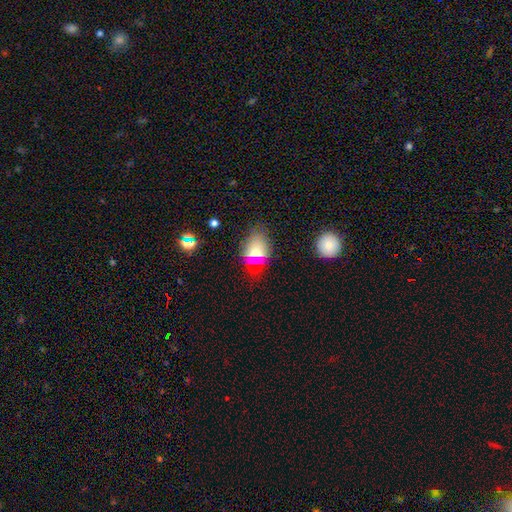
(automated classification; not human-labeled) The model was most divided on "smooth or featured": smooth: 66%, star or artifact: 19%, featured or disk: 15%. More confident: how rounded — in between (82%); merging — none (77%).